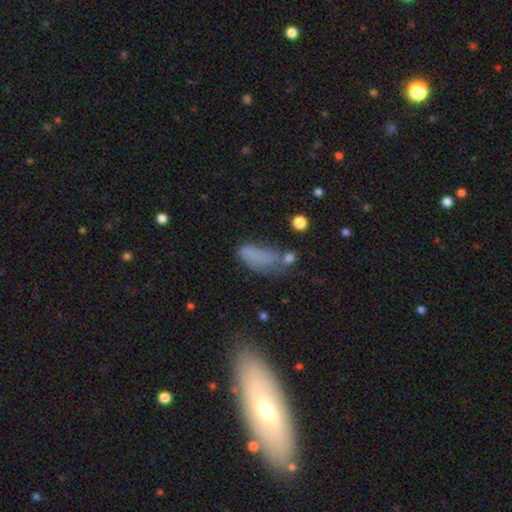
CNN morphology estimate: smooth-or-featured: smooth: 72% | featured or disk: 14% | star or artifact: 14%
  how-rounded: in between: 76% | cigar-shaped: 20% | round: 4%
  merging: none: 34% | minor disturbance: 28% | major disturbance: 26% | merger: 13%